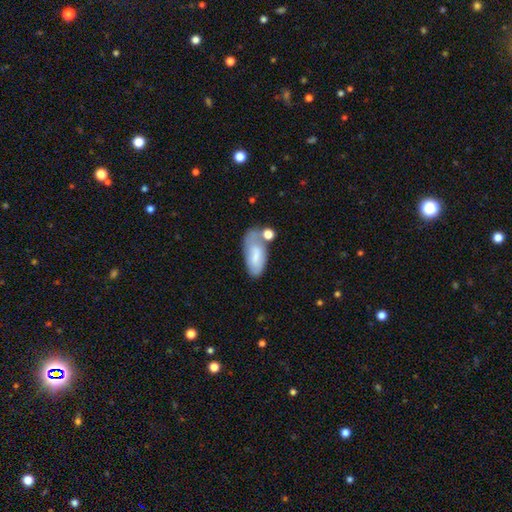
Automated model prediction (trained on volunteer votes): Smooth or featured: smooth — 70% (featured or disk — 23%)
How rounded: in between — 87% (cigar-shaped — 10%)
Merging: none — 41% (minor disturbance — 25%)